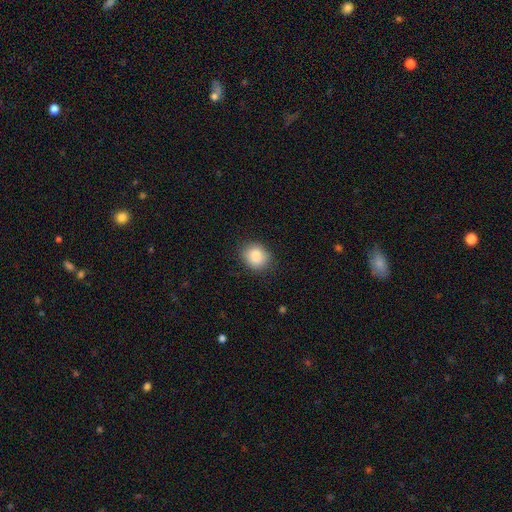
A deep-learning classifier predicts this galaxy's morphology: smooth-or-featured: smooth: 84% | star or artifact: 9% | featured or disk: 7%
  how-rounded: round: 70% | in between: 29% | cigar-shaped: 1%
  merging: none: 85% | minor disturbance: 11% | major disturbance: 3% | merger: 1%